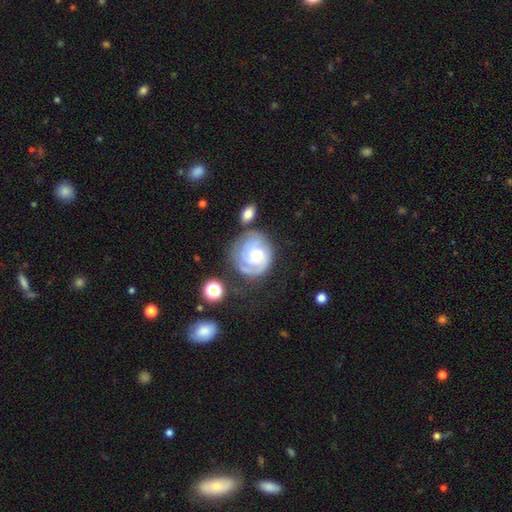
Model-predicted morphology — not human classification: This appears to be a featured or disk galaxy (68%) with no bar (69%), tight (62%) spiral arms (88%) and a moderate central bulge (53%). Merging: none (57%).